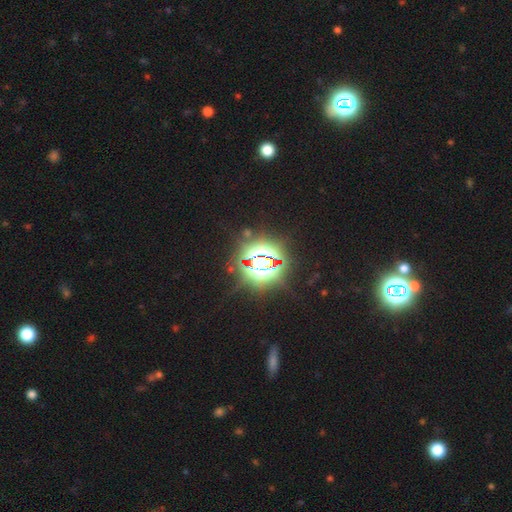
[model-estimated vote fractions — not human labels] Smooth or featured: star or artifact — 82% (smooth — 11%)